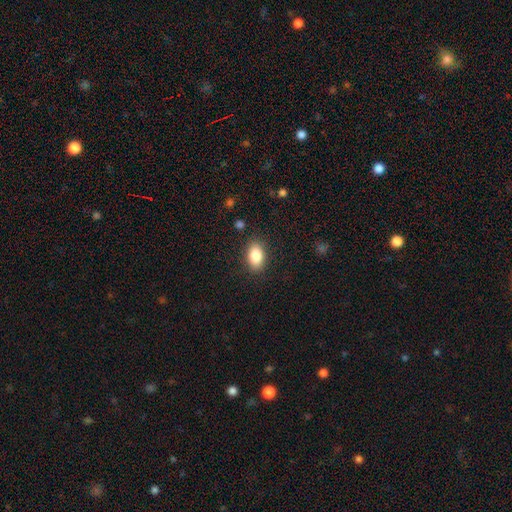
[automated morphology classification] Smooth or featured? Predicted: smooth (p=0.85). How rounded? Predicted: in between (p=0.89). Merging? Predicted: none (p=0.87).